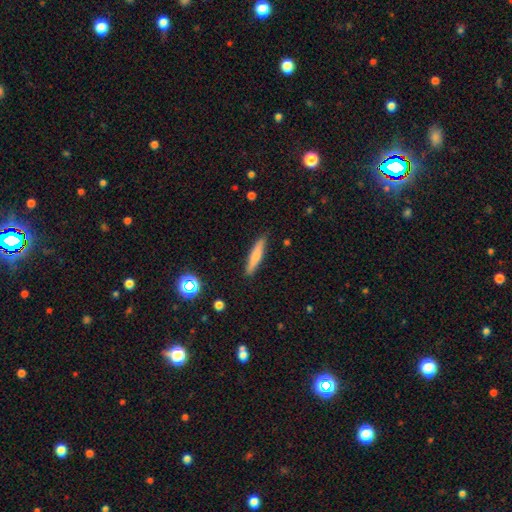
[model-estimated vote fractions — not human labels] Smooth or featured?
  - smooth: 69% *
  - featured or disk: 25%
  - star or artifact: 7%
How rounded?
  - cigar-shaped: 88% *
  - in between: 10%
  - round: 2%
Merging?
  - none: 89% *
  - minor disturbance: 9%
  - major disturbance: 2%
  - merger: 1%